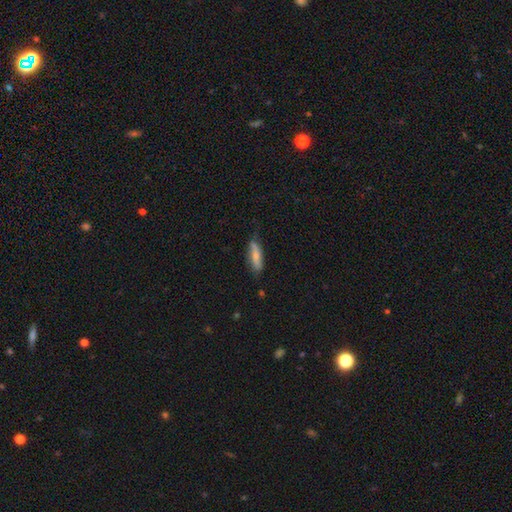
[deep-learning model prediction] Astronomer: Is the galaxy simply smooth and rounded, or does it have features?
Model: smooth — 68%.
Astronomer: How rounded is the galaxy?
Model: cigar-shaped — 55% (runner-up: in between, 42%).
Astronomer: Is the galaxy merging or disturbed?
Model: none — 67%.